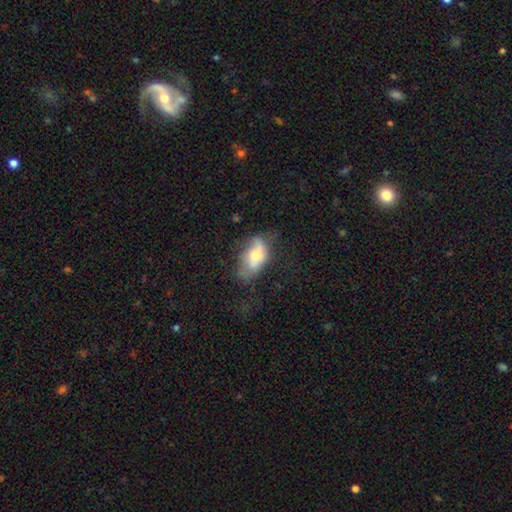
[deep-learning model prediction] Q: Smooth or featured?
A: smooth (61%); runner-up: featured or disk (31%)
Q: How rounded?
A: in between (90%); runner-up: round (5%)
Q: Merging?
A: none (44%); runner-up: minor disturbance (33%)